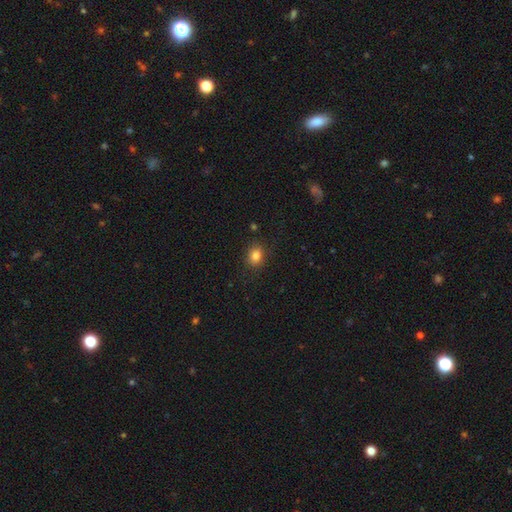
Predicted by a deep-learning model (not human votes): smooth_or_featured: smooth (p=0.84) [alt: star or artifact p=0.11]
how_rounded: in between (p=0.52) [alt: round p=0.47]
merging: none (p=0.86) [alt: minor disturbance p=0.10]